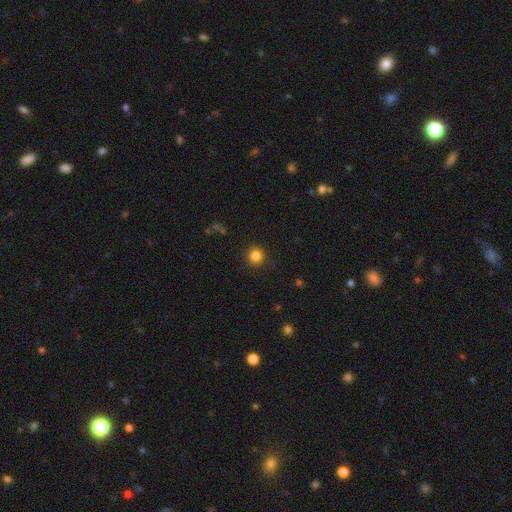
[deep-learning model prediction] Smooth or featured? smooth (84%)
How rounded? round (95%)
Merging? none (91%)